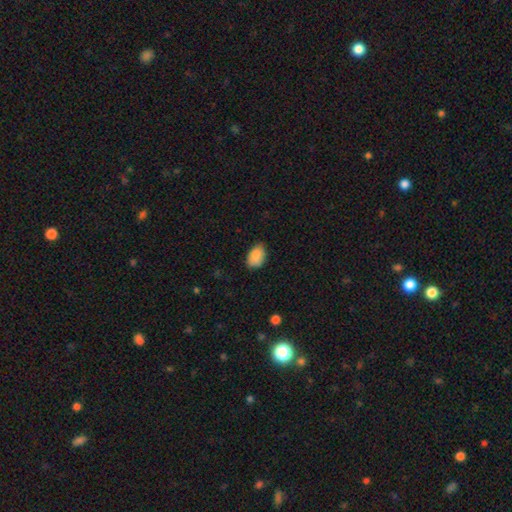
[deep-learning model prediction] smooth-or-featured: smooth: 87% | star or artifact: 7% | featured or disk: 6%
  how-rounded: in between: 87% | round: 12% | cigar-shaped: 1%
  merging: none: 75% | minor disturbance: 20% | major disturbance: 3% | merger: 1%